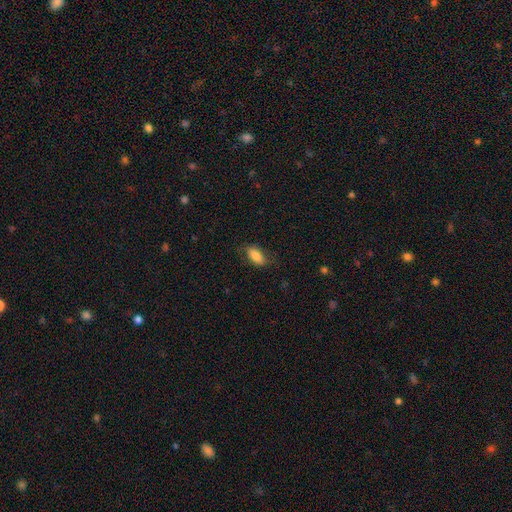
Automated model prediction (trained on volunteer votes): Smooth or featured? smooth (79%)
How rounded? in between (87%)
Merging? none (72%)